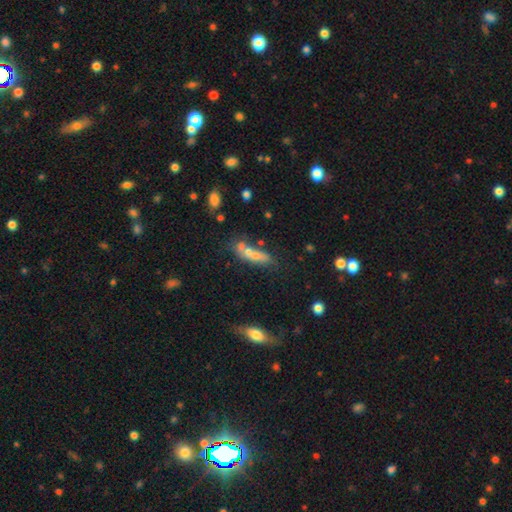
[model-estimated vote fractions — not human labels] Overall: smooth (54%; featured or disk 32%). How rounded: in between (54%; cigar-shaped 38%). Merging: merger (38%, tied with none).